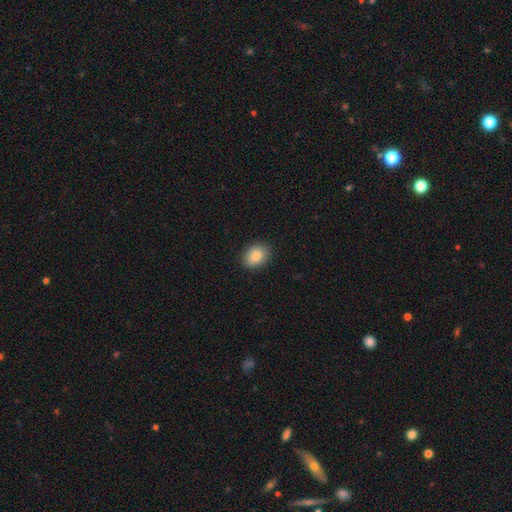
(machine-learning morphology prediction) Smooth or featured? Predicted: smooth (p=0.84). How rounded? Predicted: in between (p=0.64). Merging? Predicted: none (p=0.90).